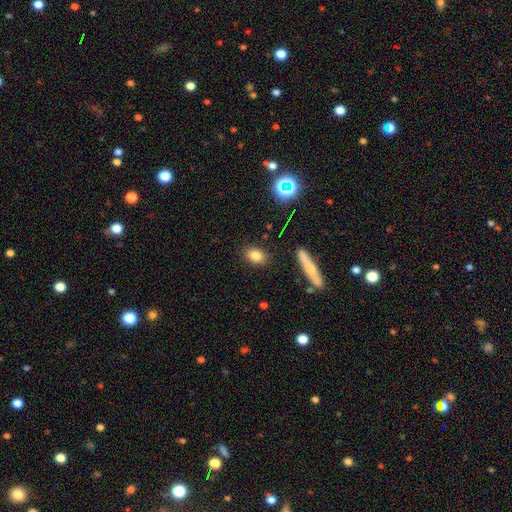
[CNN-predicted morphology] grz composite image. It shows a smooth galaxy with no disk features (80%) that is in between round and cigar-shaped (70%). Merging: none (86%).